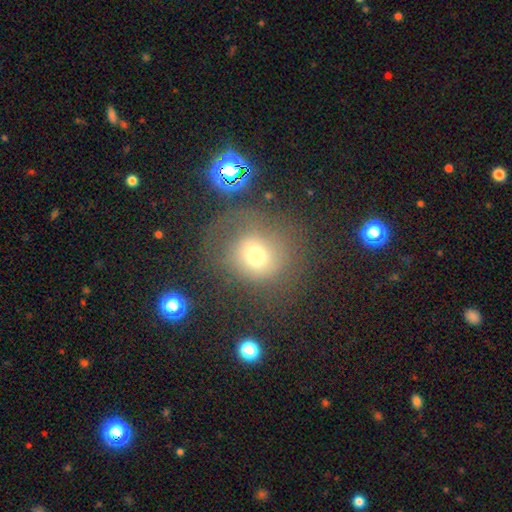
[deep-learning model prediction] A smooth galaxy with no disk features (66%) that is round (76%).

Vote fractions:
- Smooth or featured? smooth: 66% / featured or disk: 17% / star or artifact: 17%
- How rounded? round: 76% / in between: 23% / cigar-shaped: 1%
- Merging? none: 53% / major disturbance: 23% / minor disturbance: 20% / merger: 5%